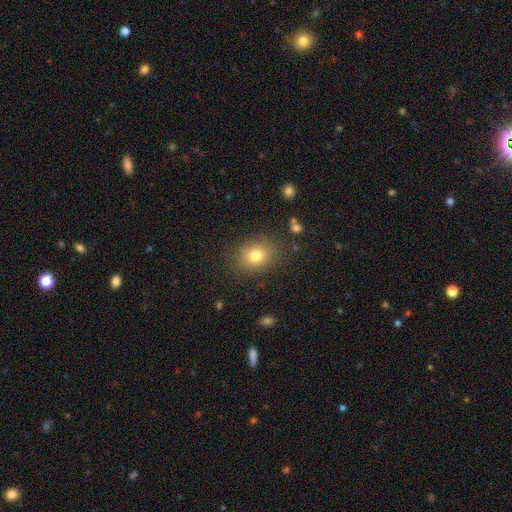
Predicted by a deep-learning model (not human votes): smooth_or_featured: smooth (p=0.79) [alt: star or artifact p=0.12]
how_rounded: round (p=0.62) [alt: in between p=0.37]
merging: none (p=0.84) [alt: minor disturbance p=0.11]